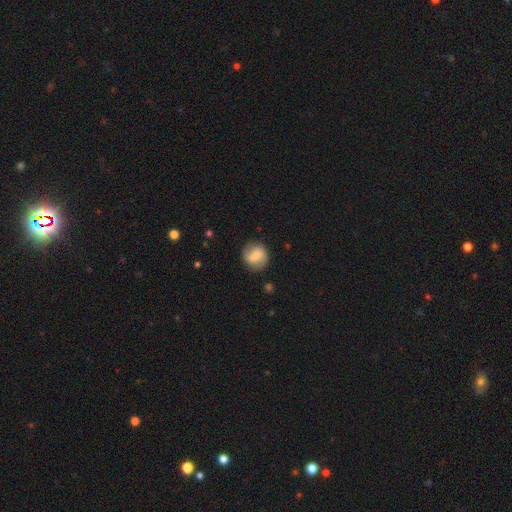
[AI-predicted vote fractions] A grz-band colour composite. It shows a smooth galaxy with no disk features (61%) that is round (85%). Merging: none (82%).